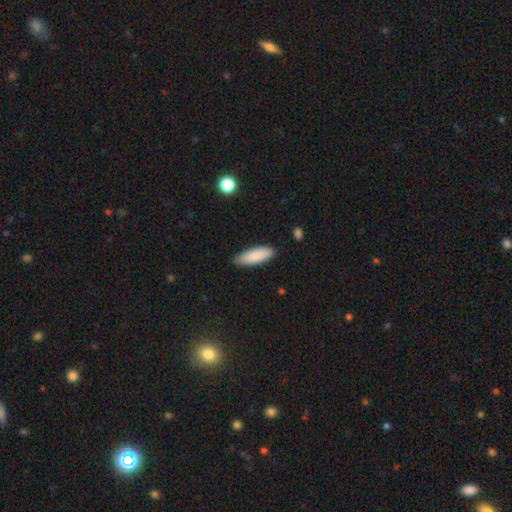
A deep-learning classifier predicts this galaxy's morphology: smooth-or-featured: smooth: 88% | featured or disk: 7% | star or artifact: 6%
  how-rounded: in between: 58% | cigar-shaped: 41% | round: 2%
  merging: none: 85% | minor disturbance: 12% | major disturbance: 2% | merger: 1%